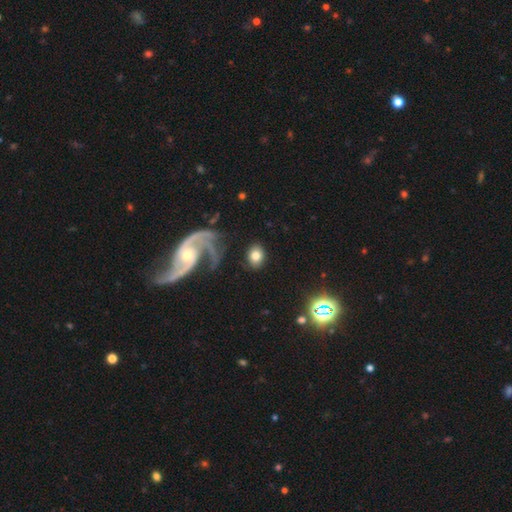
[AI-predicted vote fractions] smooth_or_featured: smooth (p=0.74) [alt: featured or disk p=0.18]
how_rounded: in between (p=0.53) [alt: round p=0.46]
merging: none (p=0.83) [alt: minor disturbance p=0.09]